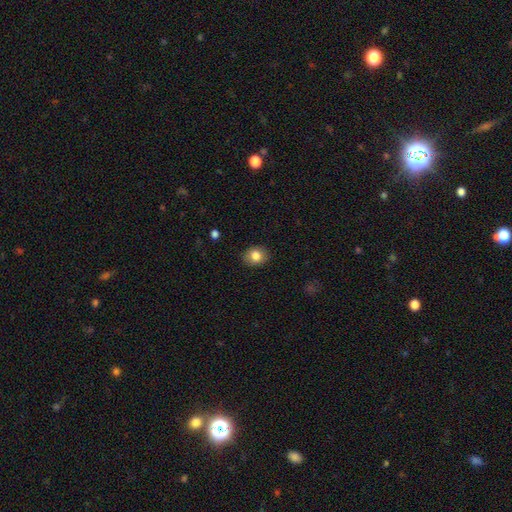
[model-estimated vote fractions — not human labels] Smooth or featured? smooth (82%)
How rounded? round (58%)
Merging? none (88%)